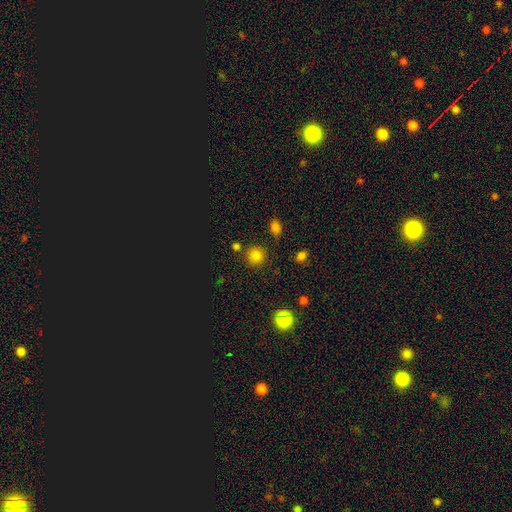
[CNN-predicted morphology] Smooth or featured: smooth — 79% (star or artifact — 17%)
How rounded: round — 91% (in between — 8%)
Merging: none — 82% (minor disturbance — 9%)